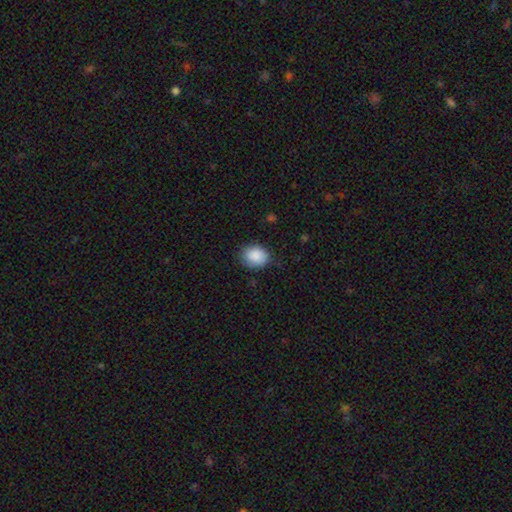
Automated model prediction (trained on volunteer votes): Overall: smooth (88%). How rounded: in between (56%; round 43%). Merging: none (80%).